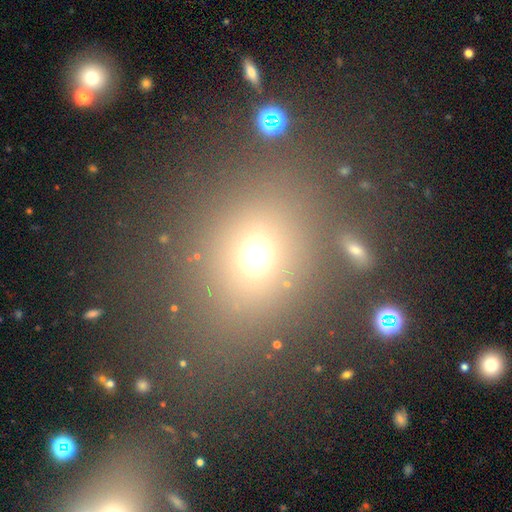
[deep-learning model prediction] smooth-or-featured: smooth: 66% | star or artifact: 24% | featured or disk: 11%
  how-rounded: round: 62% | in between: 37% | cigar-shaped: 2%
  merging: none: 76% | minor disturbance: 10% | major disturbance: 7% | merger: 6%